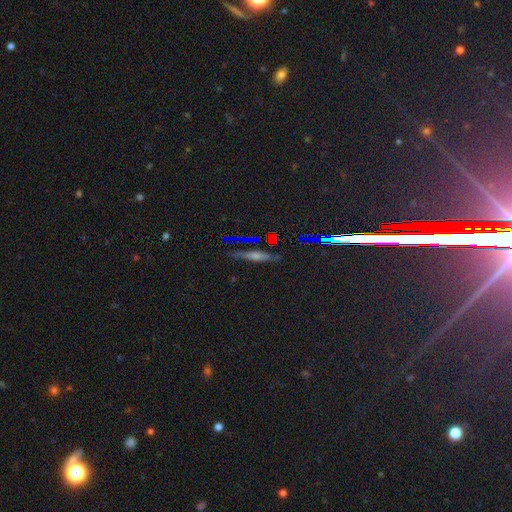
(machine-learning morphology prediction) Smooth or featured: smooth — 34% (tied with star or artifact — 34%)
Merging: none — 84% (minor disturbance — 11%)